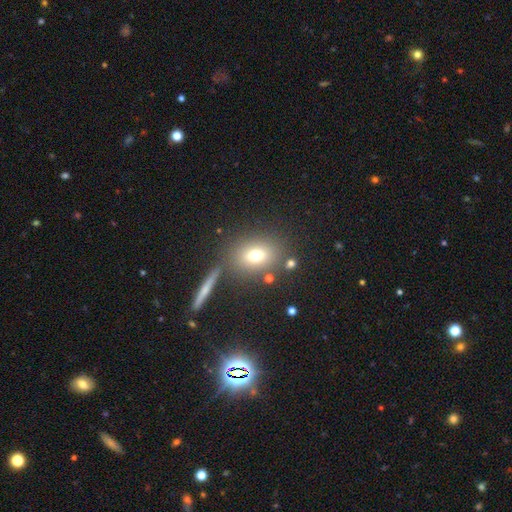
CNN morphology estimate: smooth-or-featured: smooth: 71% | featured or disk: 15% | star or artifact: 14%
  how-rounded: in between: 55% | round: 41% | cigar-shaped: 3%
  merging: none: 75% | minor disturbance: 11% | merger: 9% | major disturbance: 5%